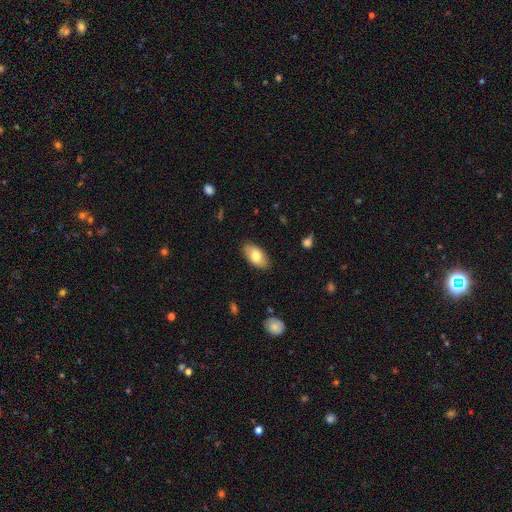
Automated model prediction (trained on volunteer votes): Smooth or featured? smooth (76%)
How rounded? in between (93%)
Merging? none (86%)